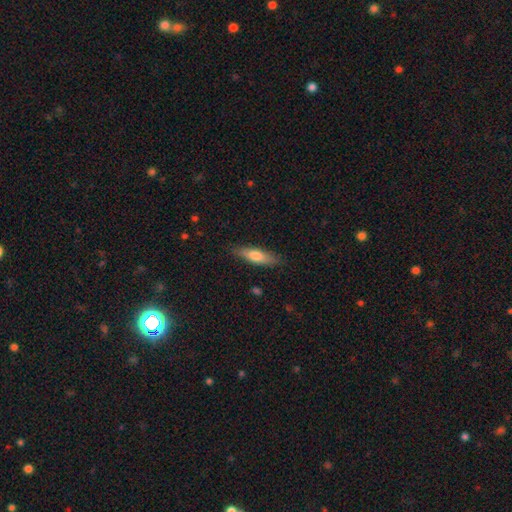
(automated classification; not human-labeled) smooth 67%, featured or disk 27%, star or artifact 6%. Down the decision tree: how rounded — cigar-shaped (61%); merging — none (85%).